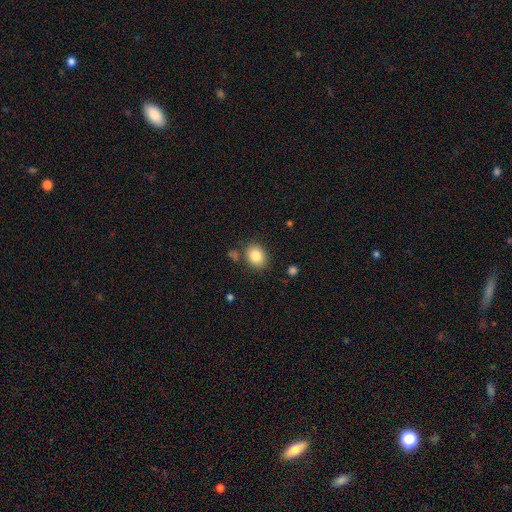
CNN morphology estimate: smooth_or_featured: smooth (p=0.84) [alt: star or artifact p=0.09]
how_rounded: in between (p=0.54) [alt: round p=0.45]
merging: none (p=0.80) [alt: minor disturbance p=0.12]